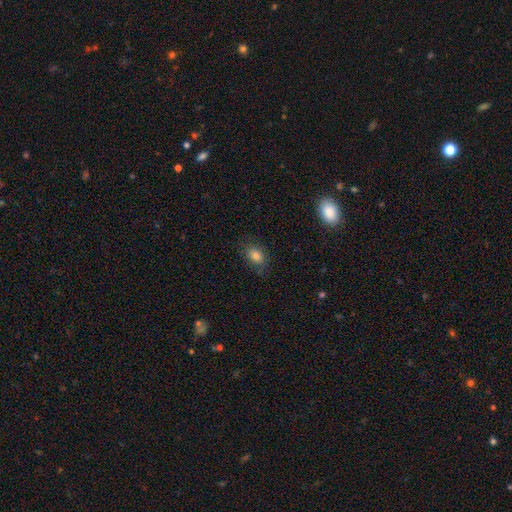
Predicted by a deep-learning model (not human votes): Smooth or featured?
  - smooth: 80% *
  - star or artifact: 10%
  - featured or disk: 10%
How rounded?
  - in between: 76% *
  - round: 22%
  - cigar-shaped: 2%
Merging?
  - none: 76% *
  - minor disturbance: 17%
  - major disturbance: 6%
  - merger: 1%